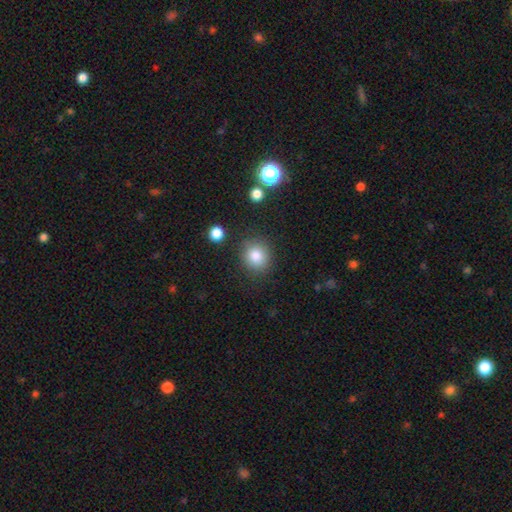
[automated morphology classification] smooth 83%, star or artifact 10%, featured or disk 6%. Down the decision tree: how rounded — round (83%); merging — none (83%).